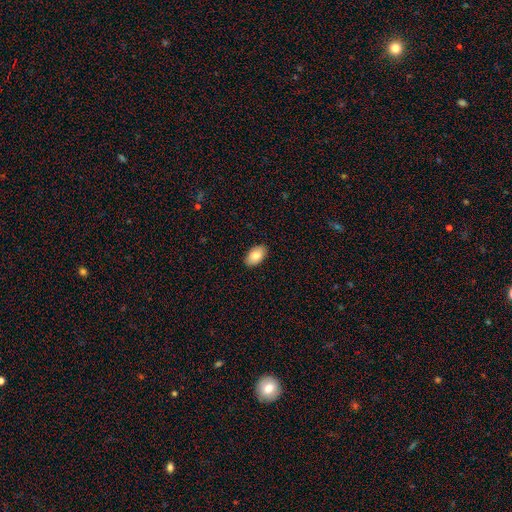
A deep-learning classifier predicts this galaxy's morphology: Overall: smooth (86%). How rounded: in between (94%). Merging: none (89%).